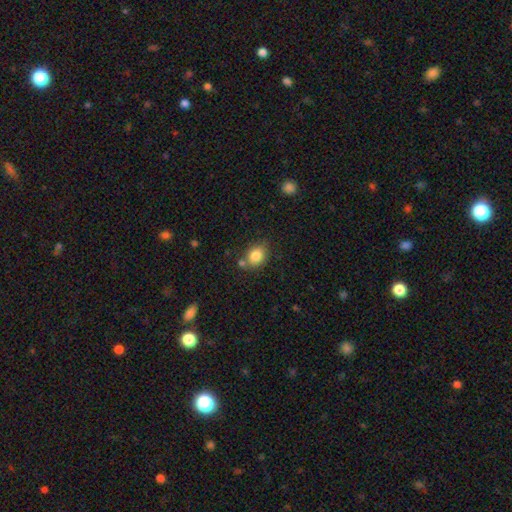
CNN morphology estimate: smooth-or-featured: smooth: 83% | star or artifact: 10% | featured or disk: 8%
  how-rounded: round: 50% | in between: 49% | cigar-shaped: 1%
  merging: none: 67% | minor disturbance: 17% | merger: 12% | major disturbance: 4%